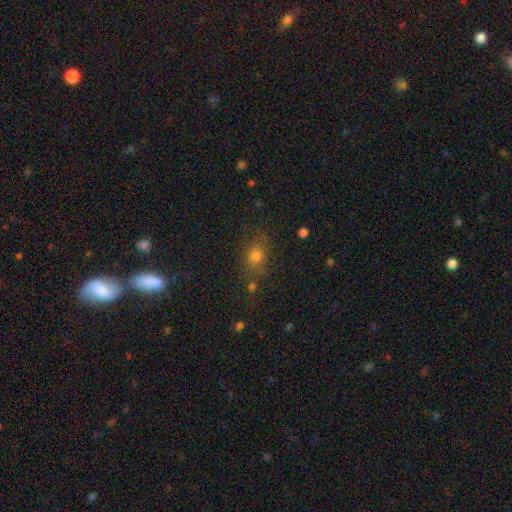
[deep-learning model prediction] A smooth galaxy with no disk features (71%) that is round (52%). Merging: none (73%).